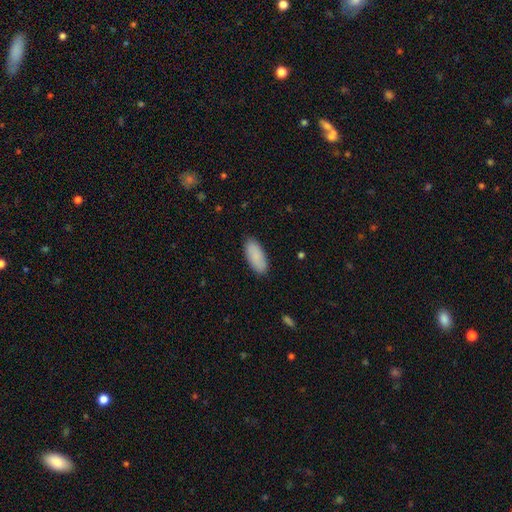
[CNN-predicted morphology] smooth-or-featured: smooth: 89% | star or artifact: 6% | featured or disk: 5%
  how-rounded: in between: 86% | cigar-shaped: 12% | round: 2%
  merging: none: 88% | minor disturbance: 9% | major disturbance: 2% | merger: 1%